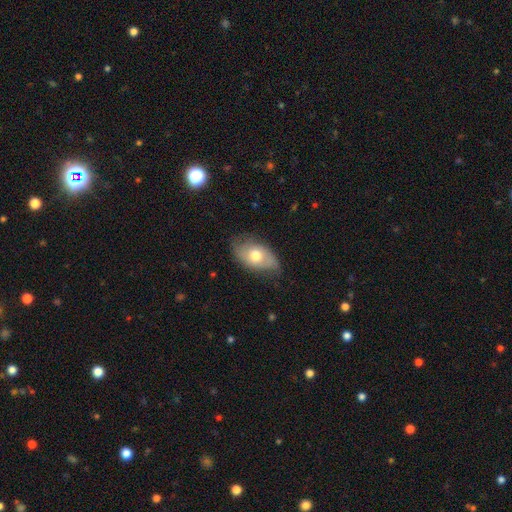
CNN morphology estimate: Smooth or featured?
  - smooth: 58% *
  - featured or disk: 35%
  - star or artifact: 7%
How rounded?
  - in between: 89% *
  - round: 9%
  - cigar-shaped: 2%
Merging?
  - none: 59% *
  - minor disturbance: 31%
  - major disturbance: 9%
  - merger: 1%